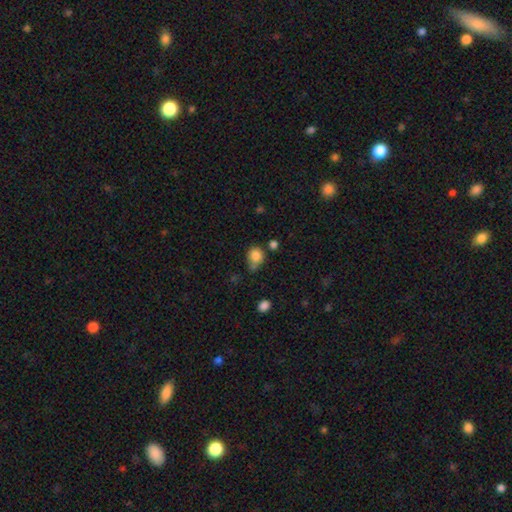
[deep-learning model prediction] smooth-or-featured: smooth: 83% | star or artifact: 10% | featured or disk: 7%
  how-rounded: round: 73% | in between: 26% | cigar-shaped: 1%
  merging: none: 46% | minor disturbance: 32% | major disturbance: 11% | merger: 11%